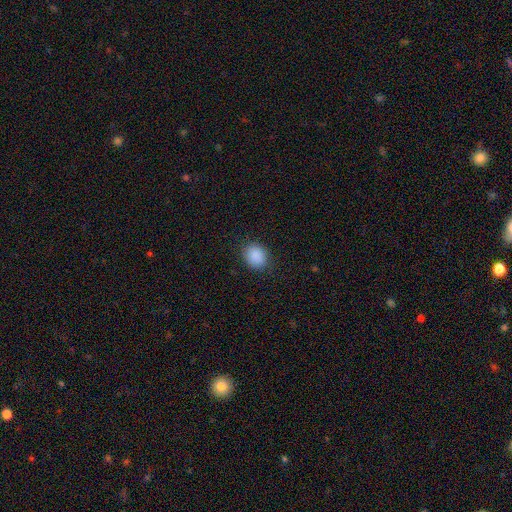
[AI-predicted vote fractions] Smooth or featured? smooth (89%)
How rounded? round (56%)
Merging? none (87%)